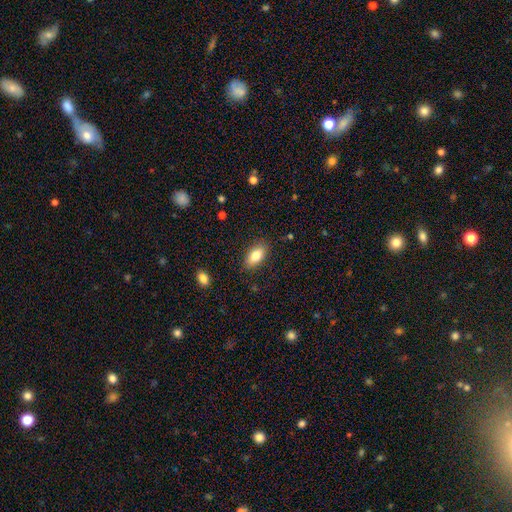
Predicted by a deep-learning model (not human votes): This appears to be a smooth galaxy with no disk features (82%) that is in between round and cigar-shaped (90%). Merging: none (86%).